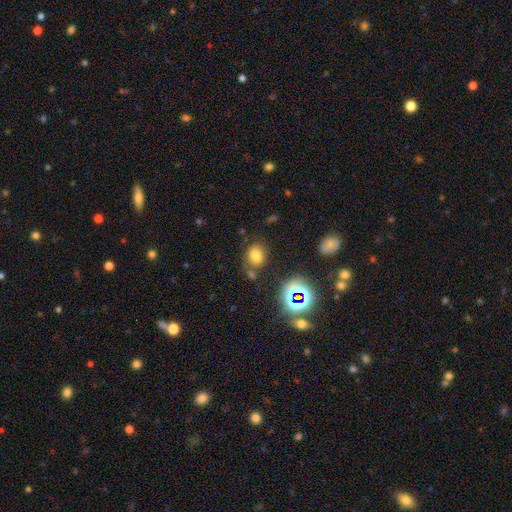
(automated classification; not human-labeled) Smooth or featured? smooth (70%)
How rounded? round (53%)
Merging? none (72%)